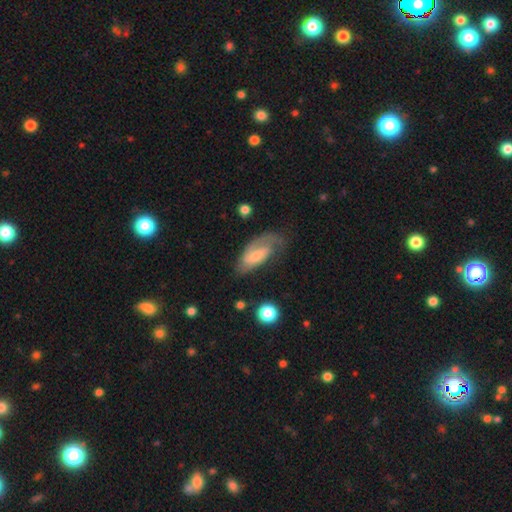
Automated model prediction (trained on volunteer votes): Smooth or featured?
  - featured or disk: 65% *
  - smooth: 28%
  - star or artifact: 6%
Edge-on disk?
  - no: 92% *
  - yes: 8%
Bar?
  - no: 46% *
  - weak: 39%
  - strong: 14%
Spiral arms?
  - yes: 86% *
  - no: 14%
Spiral winding?
  - medium: 41% *
  - tight: 37%
  - loose: 22%
Spiral arm count?
  - 2: 49% *
  - 1: 28%
  - can't tell: 18%
  - 3: 2%
  - 4: 1%
  - more than 4: 1%
Bulge size?
  - small: 51% *
  - moderate: 40%
  - none: 4%
  - large: 3%
  - dominant: 1%
Merging?
  - none: 52% *
  - minor disturbance: 27%
  - major disturbance: 19%
  - merger: 2%